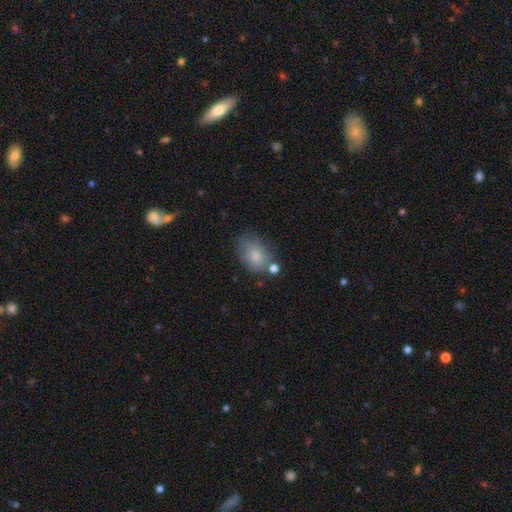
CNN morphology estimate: smooth_or_featured: smooth (p=0.77) [alt: featured or disk p=0.15]
how_rounded: in between (p=0.77) [alt: round p=0.21]
merging: none (p=0.57) [alt: minor disturbance p=0.24]